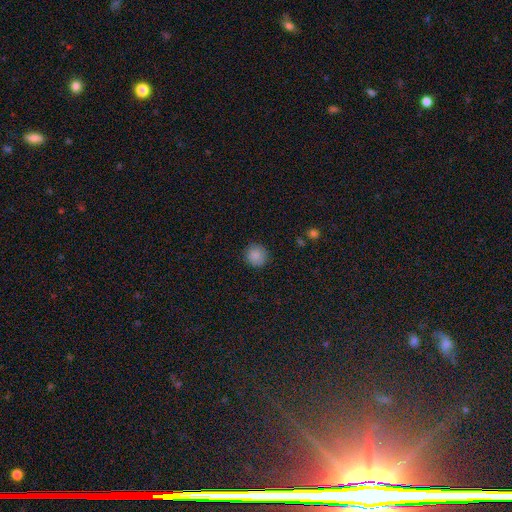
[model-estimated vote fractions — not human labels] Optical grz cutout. It shows a smooth galaxy with no disk features (87%) that is round (93%). Merging: none (88%).